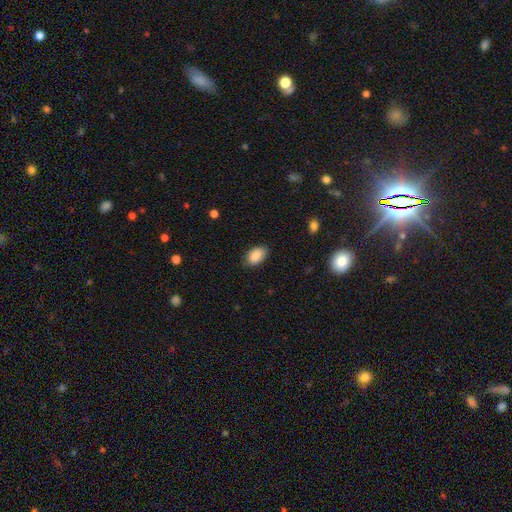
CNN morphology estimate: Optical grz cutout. It shows a smooth galaxy with no disk features (89%) that is in between round and cigar-shaped (91%). Merging: none (81%).